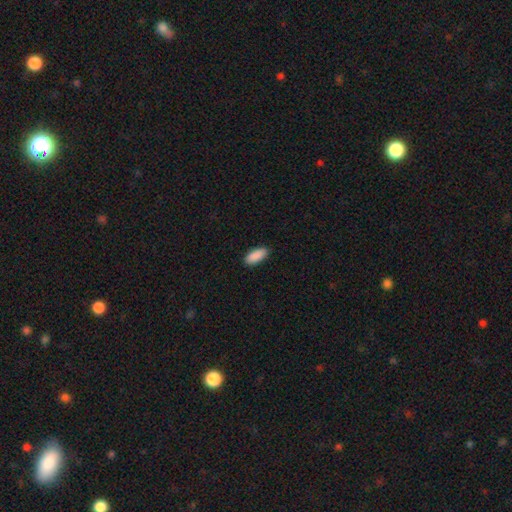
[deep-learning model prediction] A smooth galaxy with no disk features (91%) that is in between round and cigar-shaped (89%).

Vote fractions:
- Smooth or featured? smooth: 91% / star or artifact: 6% / featured or disk: 3%
- How rounded? in between: 89% / cigar-shaped: 9% / round: 2%
- Merging? none: 87% / minor disturbance: 10% / major disturbance: 2% / merger: 1%